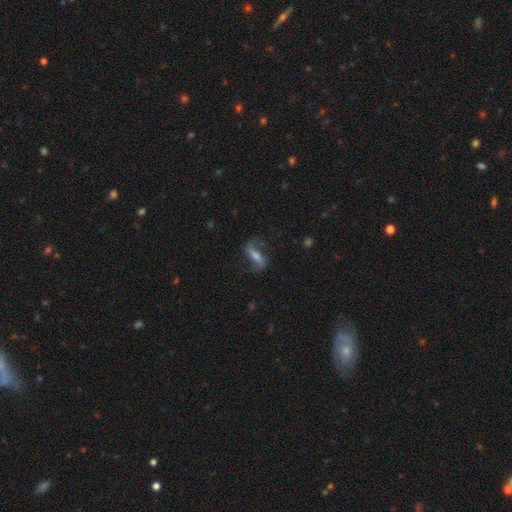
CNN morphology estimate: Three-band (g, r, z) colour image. It shows a featured or disk galaxy (63%) with a strong bar (48%), spiral arms (89%) and a moderate central bulge (36%). Merging: none (68%).